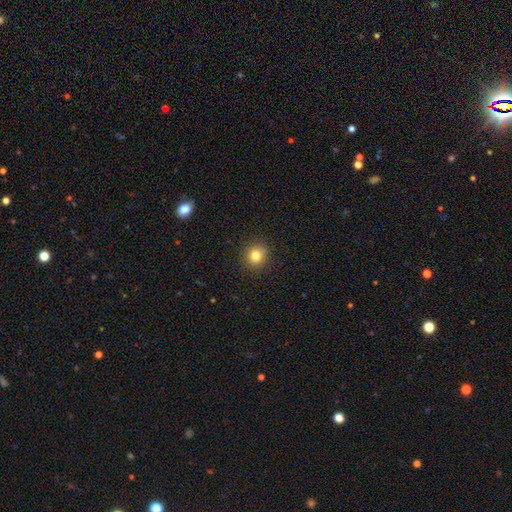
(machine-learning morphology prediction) A smooth galaxy with no disk features (81%) that is round (89%). Merging: none (90%).